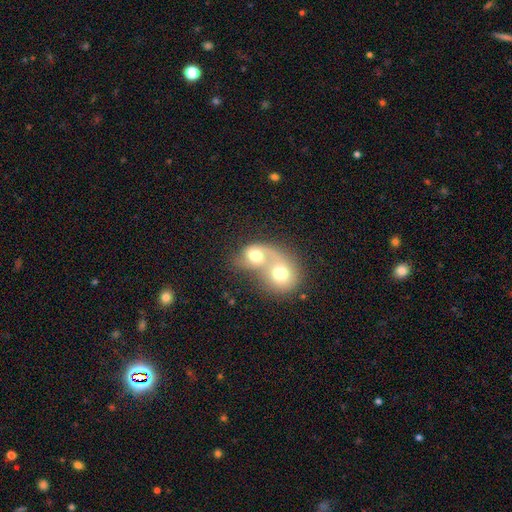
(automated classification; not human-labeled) Smooth or featured: smooth — 57% (featured or disk — 35%)
How rounded: round — 60% (in between — 39%)
Merging: merger — 81% (none — 10%)